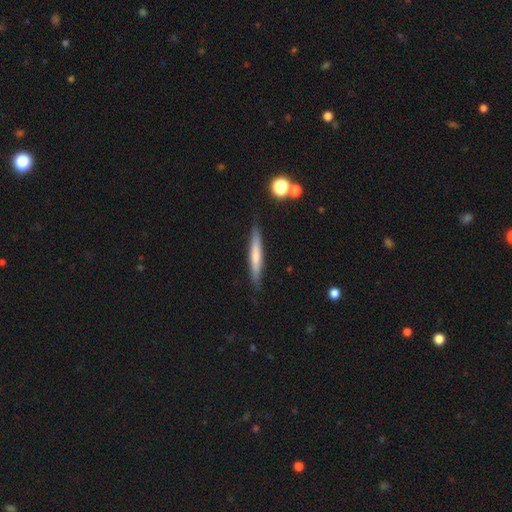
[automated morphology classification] The model was most divided on "smooth or featured": smooth: 59%, featured or disk: 35%, star or artifact: 6%. More confident: how rounded — cigar-shaped (95%); merging — none (87%).